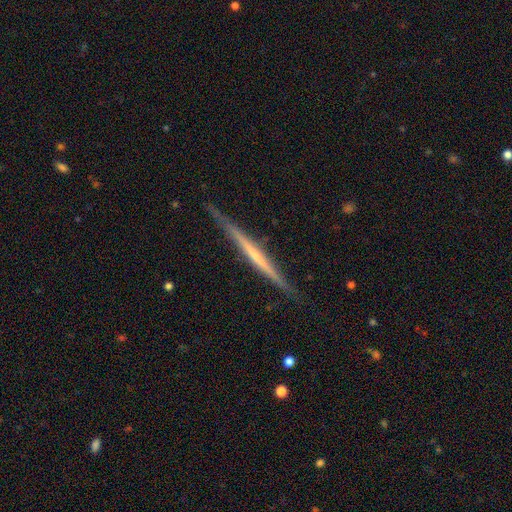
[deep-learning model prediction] Smooth or featured? Predicted: featured or disk (p=0.71). Edge-on disk? Predicted: yes (p=0.98). Edge-on bulge? Predicted: none (p=0.74). Merging? Predicted: none (p=0.86).